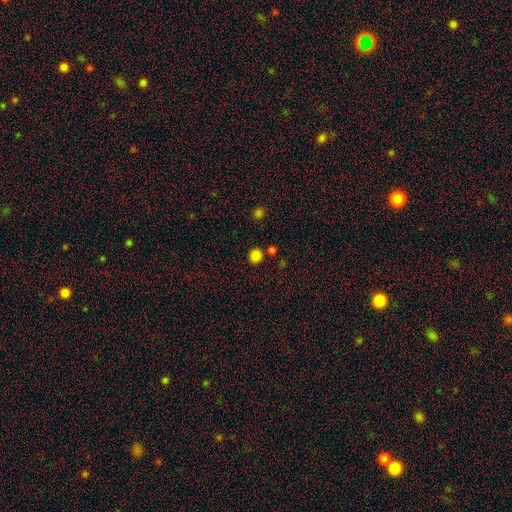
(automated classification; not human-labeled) A smooth galaxy with no disk features (81%) that is round (89%).

Vote fractions:
- Smooth or featured? smooth: 81% / star or artifact: 16% / featured or disk: 3%
- How rounded? round: 89% / in between: 10% / cigar-shaped: 1%
- Merging? none: 83% / minor disturbance: 8% / merger: 7% / major disturbance: 3%